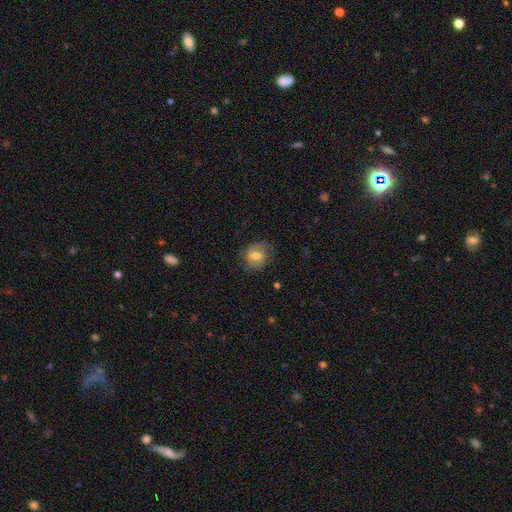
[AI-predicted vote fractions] Q: Smooth or featured?
A: smooth (56%); runner-up: featured or disk (35%)
Q: How rounded?
A: round (67%); runner-up: in between (32%)
Q: Merging?
A: none (66%); runner-up: minor disturbance (22%)